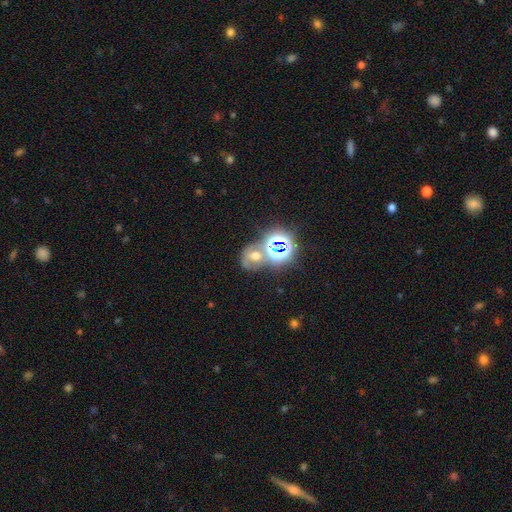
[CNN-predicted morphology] Q: Smooth or featured?
A: star or artifact (39%); runner-up: smooth (36%)